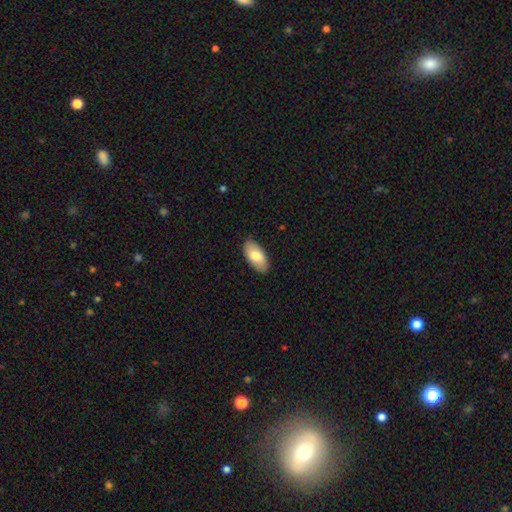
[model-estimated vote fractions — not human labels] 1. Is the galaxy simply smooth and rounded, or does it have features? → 76% smooth, 18% featured or disk, 6% star or artifact.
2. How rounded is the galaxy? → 94% in between, 4% cigar-shaped, 2% round.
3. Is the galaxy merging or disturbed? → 87% none, 10% minor disturbance, 2% major disturbance, 1% merger.